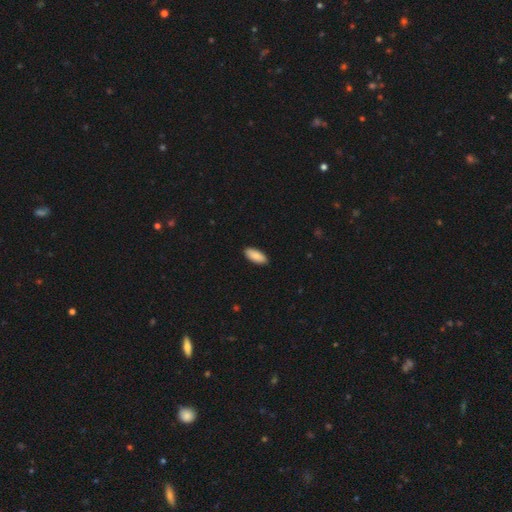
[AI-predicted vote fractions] Q: Smooth or featured?
A: smooth (90%); runner-up: star or artifact (5%)
Q: How rounded?
A: in between (84%); runner-up: cigar-shaped (14%)
Q: Merging?
A: none (90%); runner-up: minor disturbance (7%)